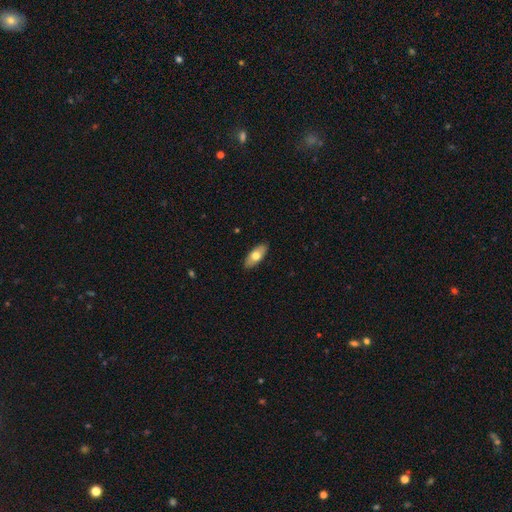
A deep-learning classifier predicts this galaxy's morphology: A smooth galaxy with no disk features (66%) that is in between round and cigar-shaped (84%). Merging: none (89%).